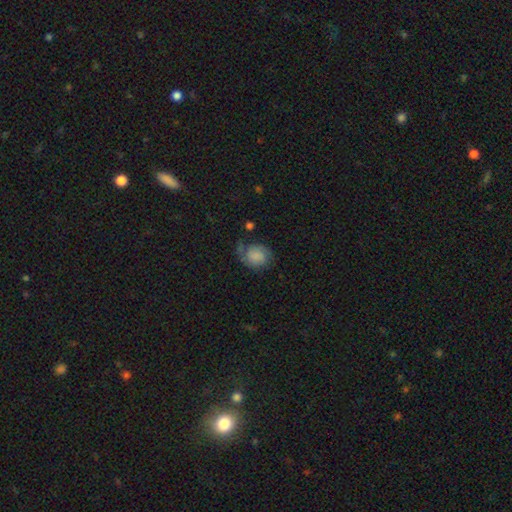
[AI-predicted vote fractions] Q: Smooth or featured?
A: smooth (56%); runner-up: featured or disk (35%)
Q: How rounded?
A: round (61%); runner-up: in between (38%)
Q: Merging?
A: none (52%); runner-up: minor disturbance (27%)